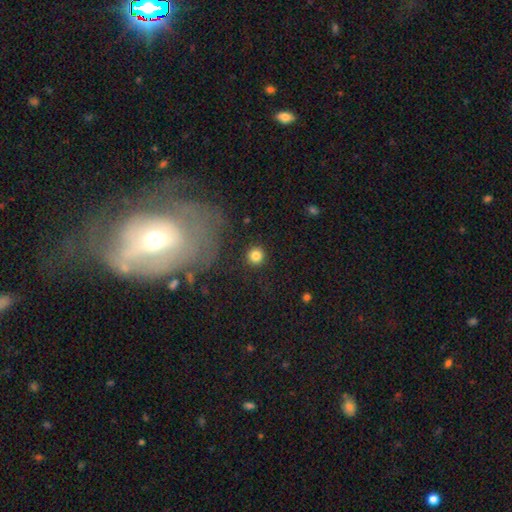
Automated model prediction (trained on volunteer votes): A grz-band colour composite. It shows a smooth galaxy with no disk features (84%) that is round (95%). Merging: none (91%).